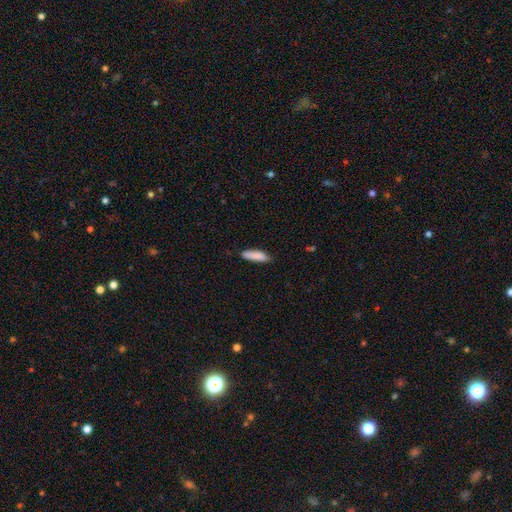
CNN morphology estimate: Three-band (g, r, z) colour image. It shows a smooth galaxy with no disk features (88%) that is cigar-shaped (63%). Merging: none (83%).